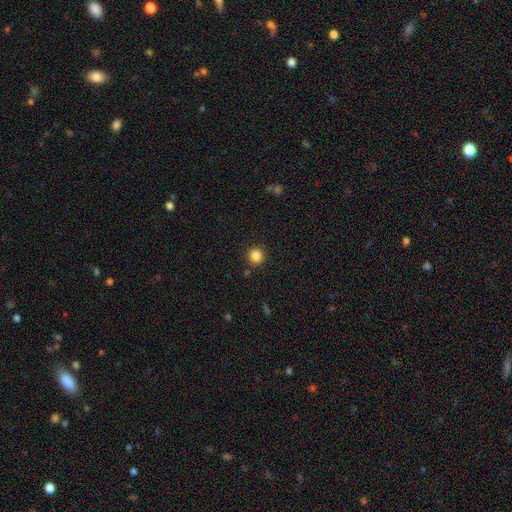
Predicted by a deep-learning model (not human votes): A smooth galaxy with no disk features (85%) that is round (94%).

Vote fractions:
- Smooth or featured? smooth: 85% / star or artifact: 11% / featured or disk: 4%
- How rounded? round: 94% / in between: 5% / cigar-shaped: 1%
- Merging? none: 90% / minor disturbance: 6% / major disturbance: 2% / merger: 2%